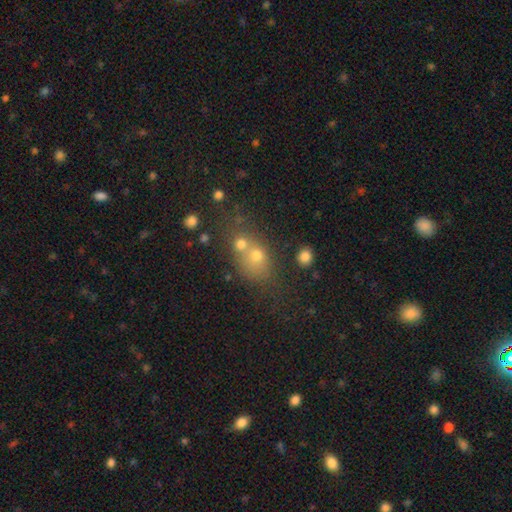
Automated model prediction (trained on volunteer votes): smooth-or-featured: smooth: 60% | star or artifact: 20% | featured or disk: 19%
  how-rounded: round: 58% | in between: 39% | cigar-shaped: 3%
  merging: merger: 52% | none: 34% | minor disturbance: 9% | major disturbance: 6%